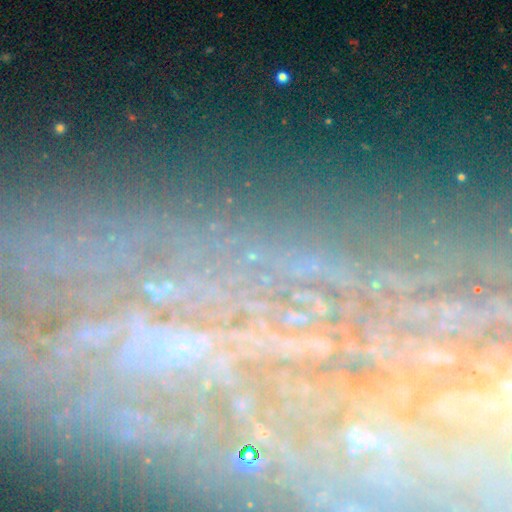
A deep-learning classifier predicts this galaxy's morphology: A star or artifact, not a galaxy (43%).